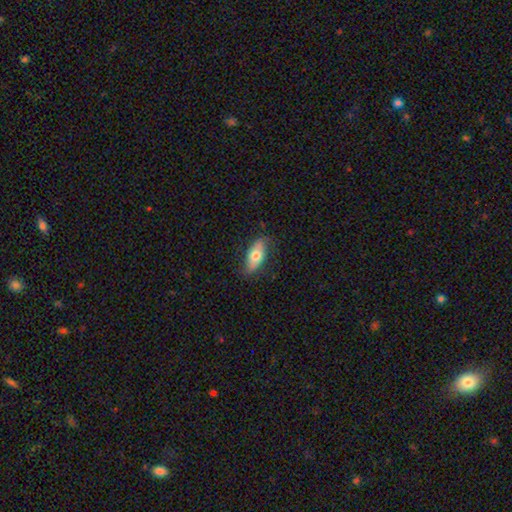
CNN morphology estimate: A smooth galaxy with no disk features (67%) that is in between round and cigar-shaped (85%).

Vote fractions:
- Smooth or featured? smooth: 67% / featured or disk: 27% / star or artifact: 6%
- How rounded? in between: 85% / cigar-shaped: 11% / round: 4%
- Merging? none: 78% / minor disturbance: 17% / major disturbance: 4% / merger: 1%